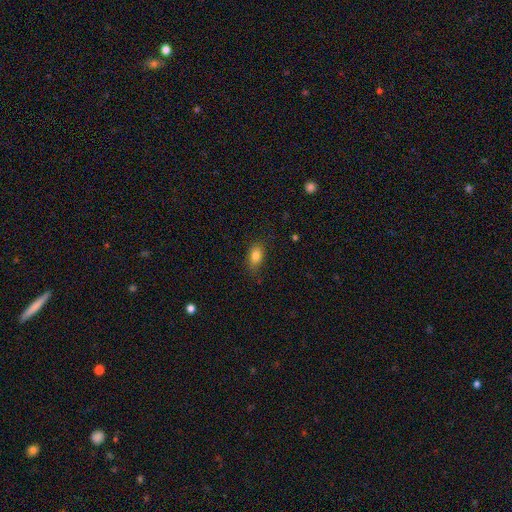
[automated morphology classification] This appears to be a smooth galaxy with no disk features (82%) that is in between round and cigar-shaped (84%). Merging: none (75%).